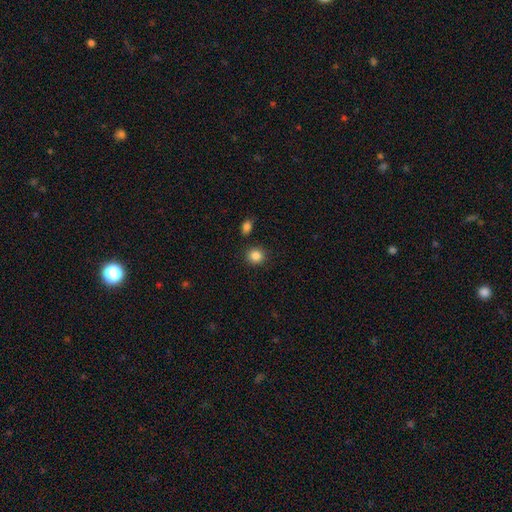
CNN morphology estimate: smooth 86%, star or artifact 10%, featured or disk 4%. Down the decision tree: how rounded — round (86%); merging — none (88%).